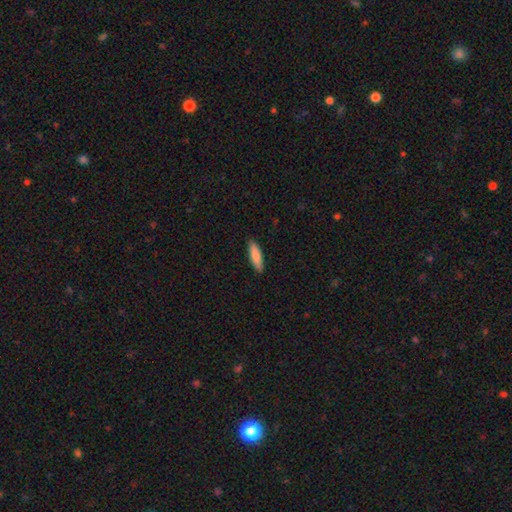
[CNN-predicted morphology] smooth_or_featured: smooth (p=0.83) [alt: featured or disk p=0.11]
how_rounded: cigar-shaped (p=0.61) [alt: in between p=0.37]
merging: none (p=0.89) [alt: minor disturbance p=0.09]